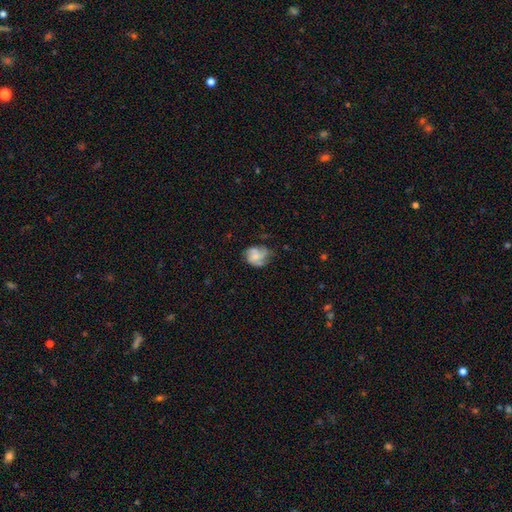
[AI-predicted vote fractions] A featured or disk galaxy (51%).

Vote fractions:
- Smooth or featured? featured or disk: 51% / smooth: 40% / star or artifact: 9%
- Edge-on disk? no: 98% / yes: 2%
- Merging? none: 48% / minor disturbance: 29% / major disturbance: 18% / merger: 4%